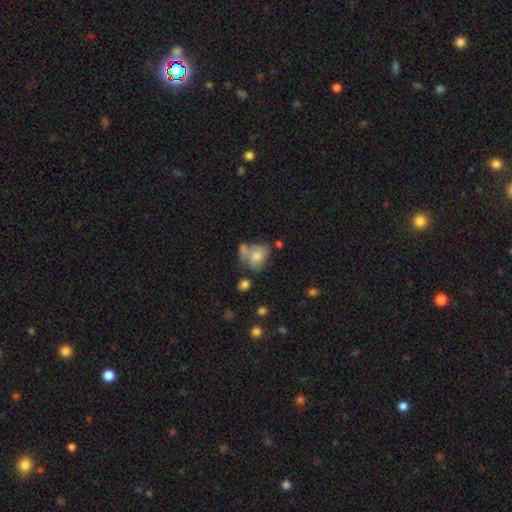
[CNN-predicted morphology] A smooth galaxy with no disk features (69%) that is in between round and cigar-shaped (60%). Merging: none (34%).